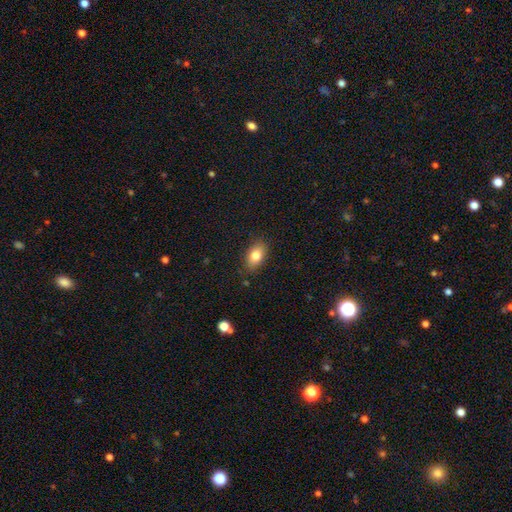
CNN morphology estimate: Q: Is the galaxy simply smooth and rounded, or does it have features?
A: smooth — 80%.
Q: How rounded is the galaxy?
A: in between — 87%.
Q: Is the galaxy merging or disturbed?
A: none — 85%.